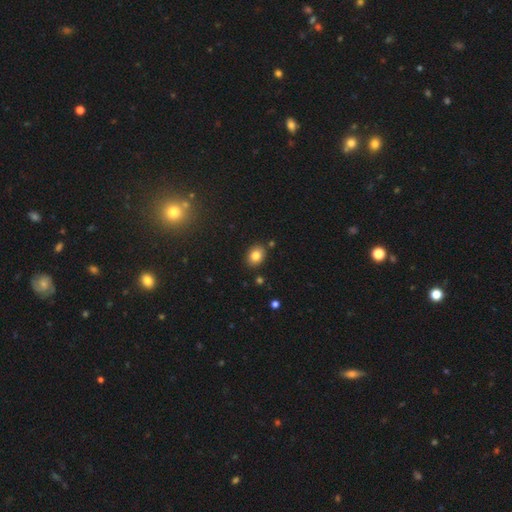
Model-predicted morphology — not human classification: Q: Smooth or featured?
A: smooth (82%); runner-up: star or artifact (10%)
Q: How rounded?
A: in between (61%); runner-up: round (38%)
Q: Merging?
A: none (85%); runner-up: minor disturbance (9%)